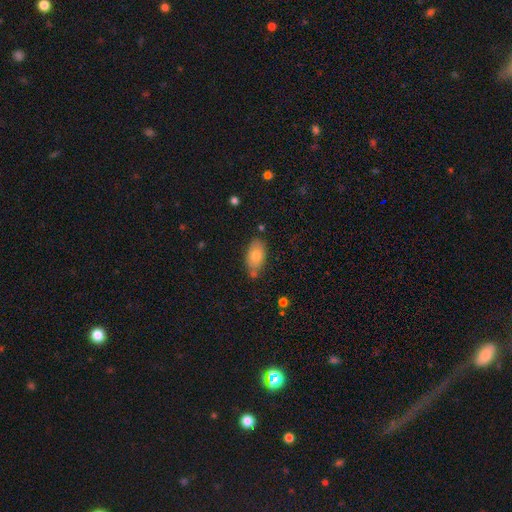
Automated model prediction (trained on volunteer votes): Smooth or featured? smooth (77%)
How rounded? in between (92%)
Merging? none (70%)